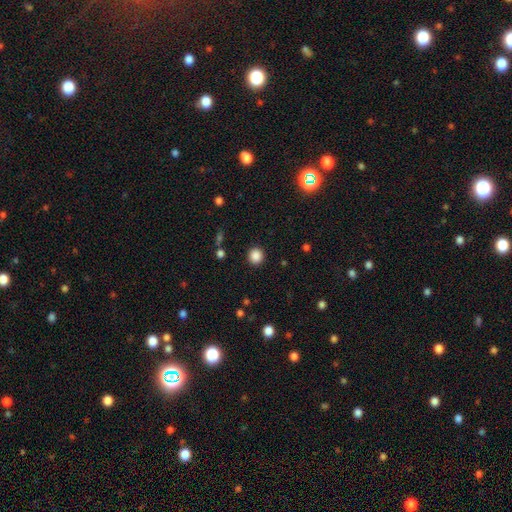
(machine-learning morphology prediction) Q: Smooth or featured?
A: smooth (86%); runner-up: star or artifact (11%)
Q: How rounded?
A: round (89%); runner-up: in between (10%)
Q: Merging?
A: none (90%); runner-up: minor disturbance (6%)